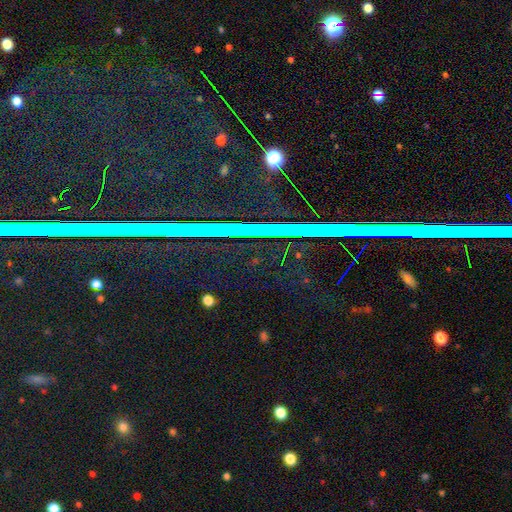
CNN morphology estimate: A star or artifact, not a galaxy (82%).

Vote fractions:
- Smooth or featured? star or artifact: 82% / featured or disk: 9% / smooth: 9%